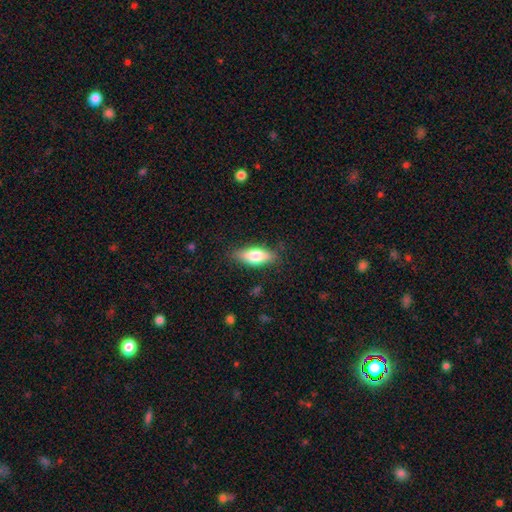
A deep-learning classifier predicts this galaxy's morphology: A smooth galaxy with no disk features (71%) that is in between round and cigar-shaped (72%). Merging: none (83%).